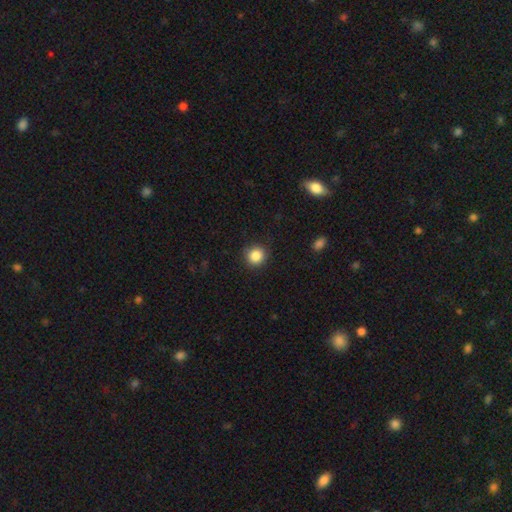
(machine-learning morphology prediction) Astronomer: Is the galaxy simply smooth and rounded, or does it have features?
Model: smooth — 86%.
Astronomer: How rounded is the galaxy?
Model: round — 90%.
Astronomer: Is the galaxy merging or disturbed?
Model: none — 89%.